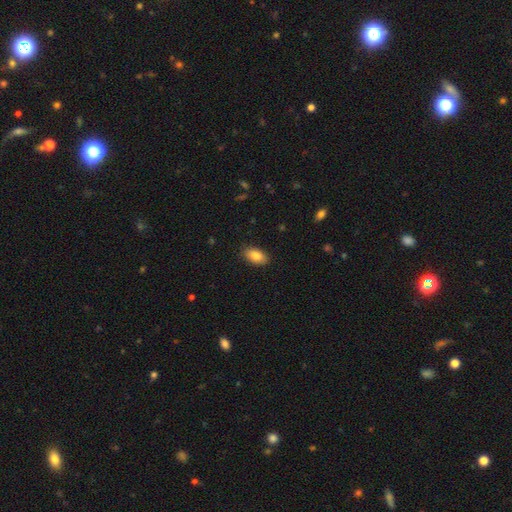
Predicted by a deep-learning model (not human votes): A smooth galaxy with no disk features (84%) that is in between round and cigar-shaped (93%). Merging: none (88%).